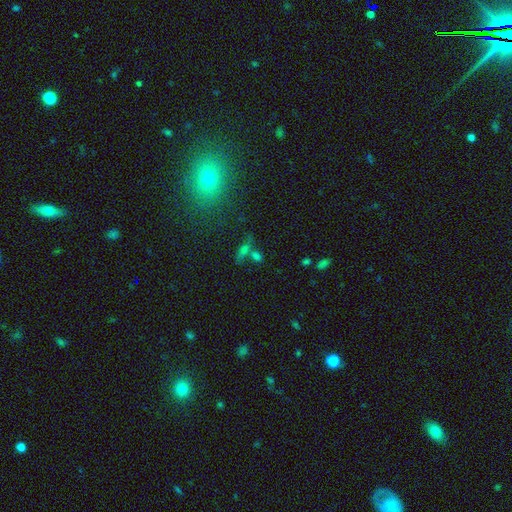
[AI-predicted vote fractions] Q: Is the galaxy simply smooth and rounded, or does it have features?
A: smooth — 59%.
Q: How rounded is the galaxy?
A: in between — 67%.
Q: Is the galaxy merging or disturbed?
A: merger — 44%.